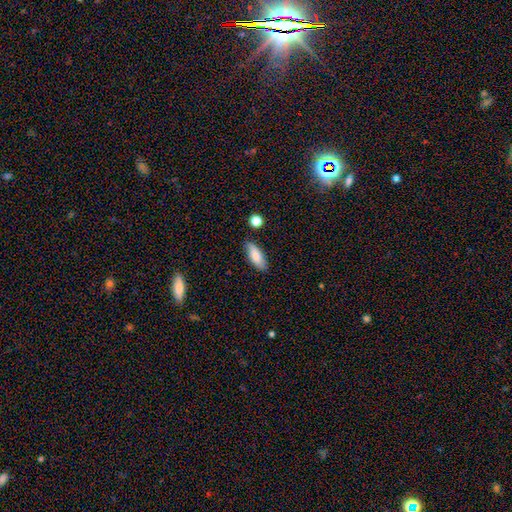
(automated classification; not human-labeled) Smooth or featured?
  - smooth: 81% *
  - featured or disk: 12%
  - star or artifact: 7%
How rounded?
  - in between: 74% *
  - cigar-shaped: 24%
  - round: 2%
Merging?
  - none: 80% *
  - minor disturbance: 15%
  - merger: 3%
  - major disturbance: 3%